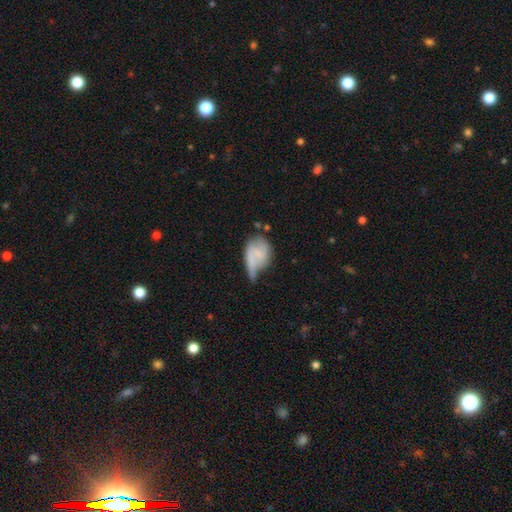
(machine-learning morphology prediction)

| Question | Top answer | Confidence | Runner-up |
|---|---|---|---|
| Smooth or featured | smooth | 51% | featured or disk (41%) |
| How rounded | in between | 66% | round (32%) |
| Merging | minor disturbance | 34% | major disturbance (33%) |